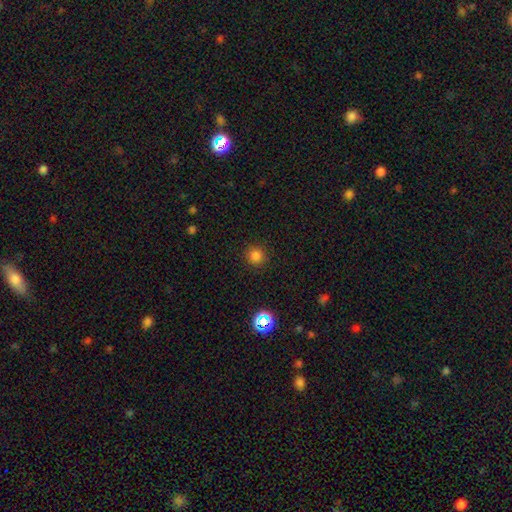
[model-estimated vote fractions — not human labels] Smooth or featured? smooth (81%)
How rounded? round (93%)
Merging? none (90%)